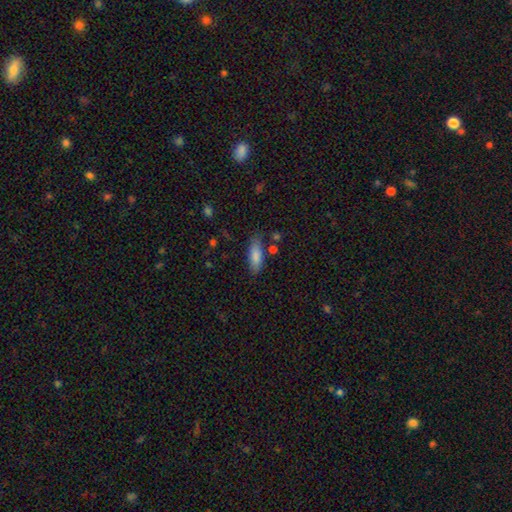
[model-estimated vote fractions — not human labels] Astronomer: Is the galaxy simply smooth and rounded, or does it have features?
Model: smooth — 83%.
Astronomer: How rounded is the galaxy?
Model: in between — 67%.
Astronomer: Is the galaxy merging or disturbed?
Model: none — 74%.